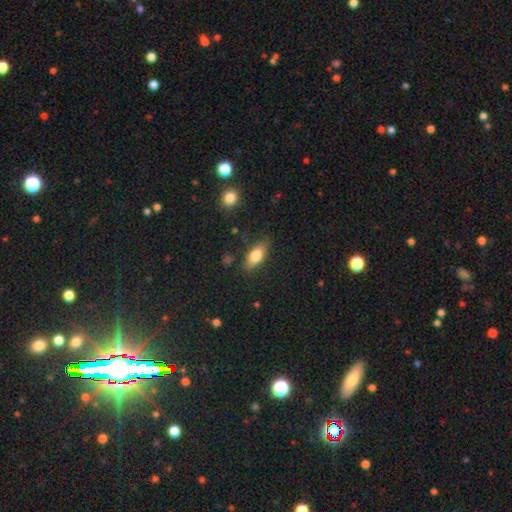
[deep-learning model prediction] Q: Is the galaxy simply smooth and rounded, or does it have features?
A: smooth — 79%.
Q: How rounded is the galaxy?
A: in between — 83%.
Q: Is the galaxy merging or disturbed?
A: none — 81%.